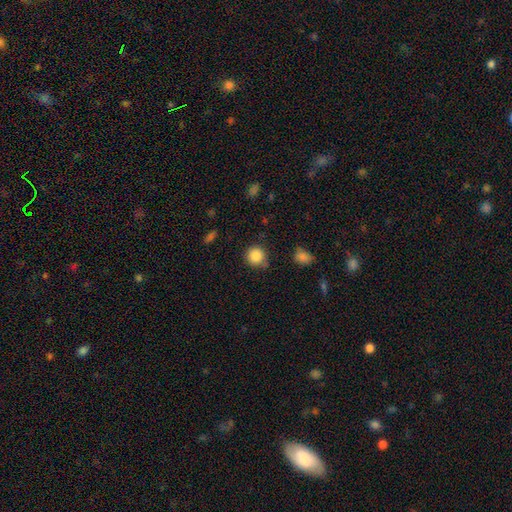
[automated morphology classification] type=smooth (86%); roundness=round (91%); merging=none (75%).